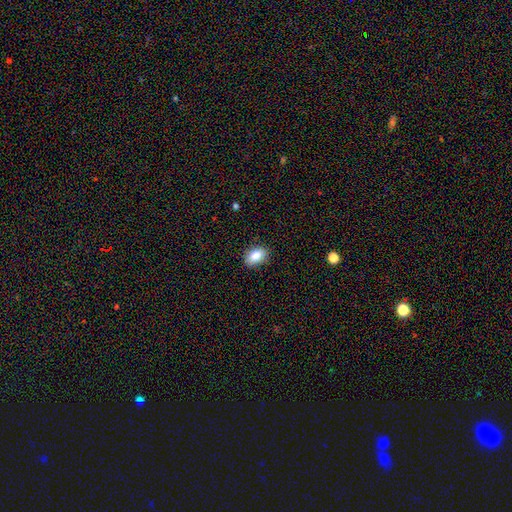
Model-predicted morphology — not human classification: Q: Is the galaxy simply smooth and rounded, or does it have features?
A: smooth — 84%.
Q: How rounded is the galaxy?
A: in between — 87%.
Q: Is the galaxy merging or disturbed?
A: none — 87%.